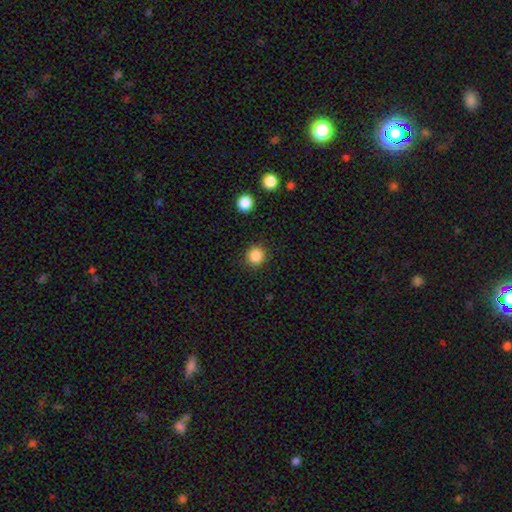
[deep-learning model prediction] Smooth or featured? Predicted: smooth (p=0.86). How rounded? Predicted: round (p=0.91). Merging? Predicted: none (p=0.90).